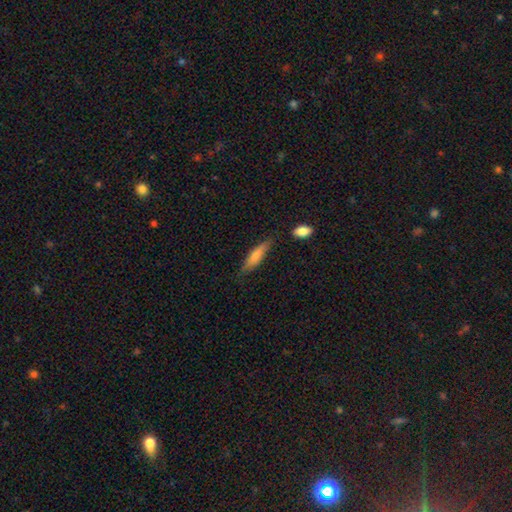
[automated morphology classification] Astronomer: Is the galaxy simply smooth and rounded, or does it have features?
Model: smooth — 72%.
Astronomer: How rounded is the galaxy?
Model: cigar-shaped — 71%.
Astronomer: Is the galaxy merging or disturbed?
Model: none — 70%.